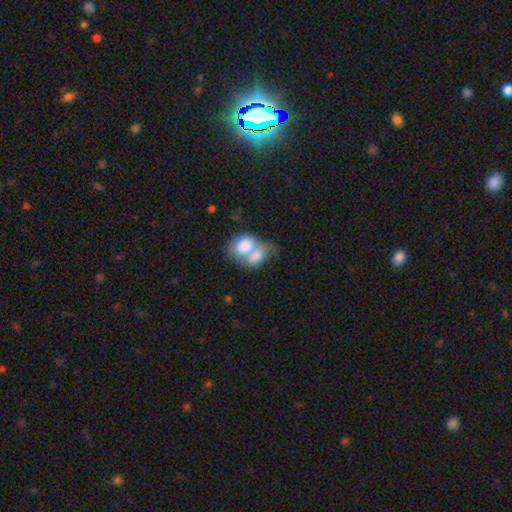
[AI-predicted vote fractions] The model was most divided on "how rounded": in between: 70%, round: 29%, cigar-shaped: 1%. More confident: merging — merger (79%); smooth or featured — smooth (72%).